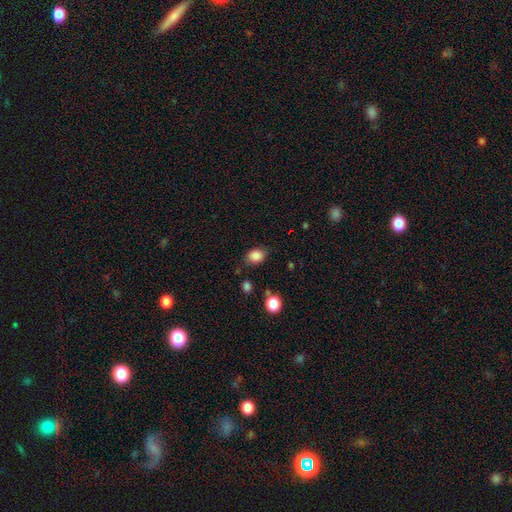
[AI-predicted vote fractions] smooth_or_featured: smooth (p=0.85) [alt: star or artifact p=0.10]
how_rounded: in between (p=0.60) [alt: round p=0.39]
merging: none (p=0.74) [alt: minor disturbance p=0.18]